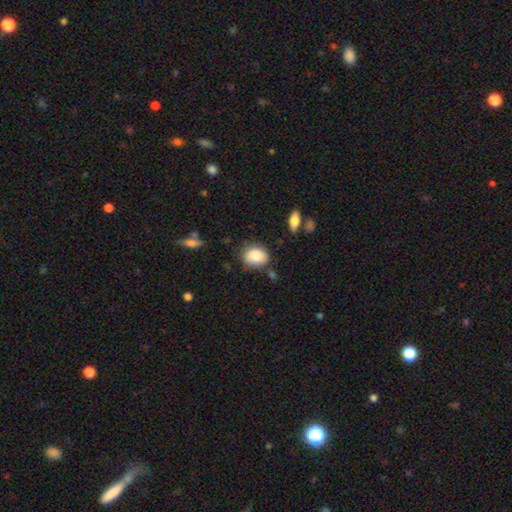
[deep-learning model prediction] Smooth or featured: smooth — 83% (featured or disk — 9%)
How rounded: in between — 50% (round — 49%)
Merging: none — 66% (minor disturbance — 24%)